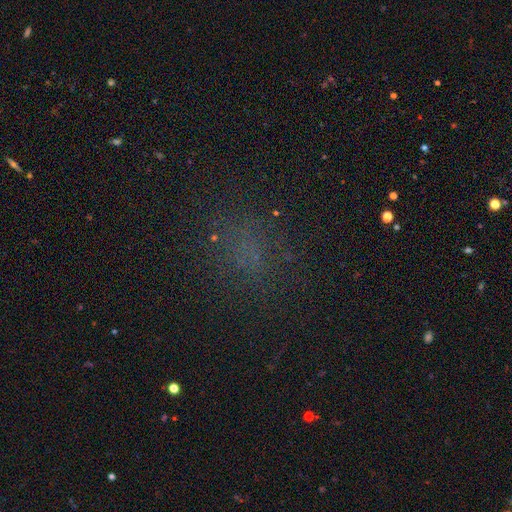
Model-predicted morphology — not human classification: A smooth galaxy with no disk features (49%). Merging: none (74%).